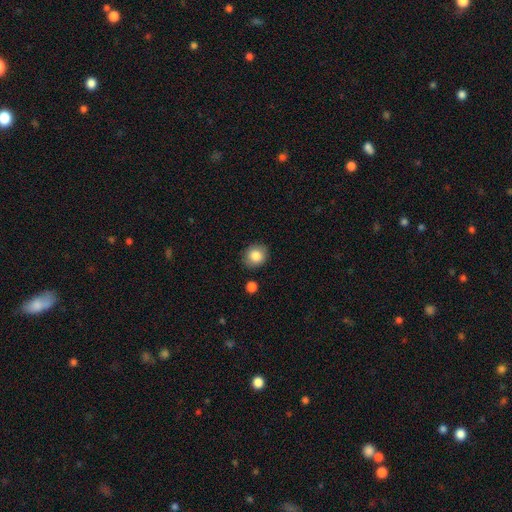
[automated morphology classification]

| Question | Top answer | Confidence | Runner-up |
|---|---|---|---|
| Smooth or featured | smooth | 85% | star or artifact (9%) |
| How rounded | round | 76% | in between (23%) |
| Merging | none | 86% | minor disturbance (9%) |